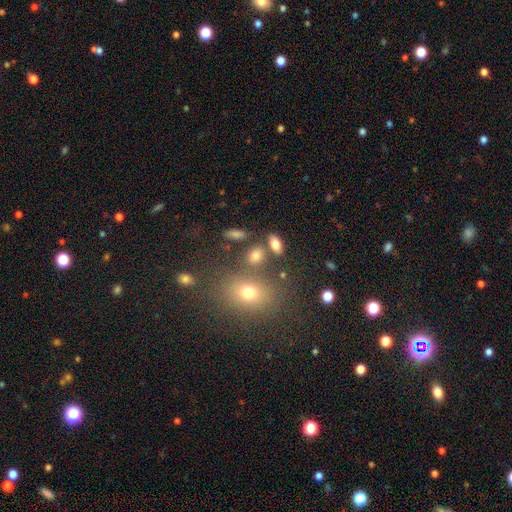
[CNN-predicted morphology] Q: Smooth or featured?
A: smooth (74%); runner-up: star or artifact (14%)
Q: How rounded?
A: in between (75%); runner-up: round (18%)
Q: Merging?
A: none (72%); runner-up: merger (13%)